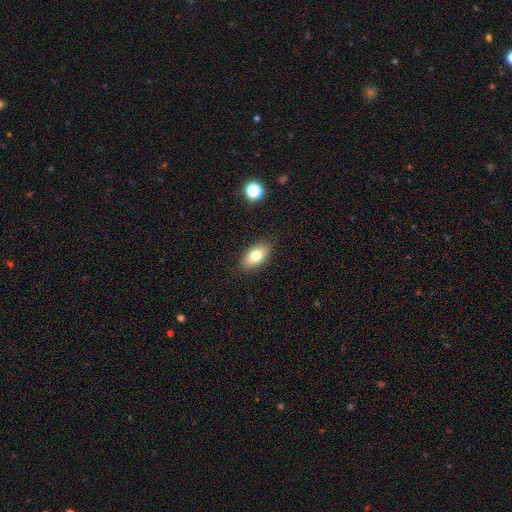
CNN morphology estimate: Smooth or featured?
  - smooth: 77% *
  - featured or disk: 15%
  - star or artifact: 8%
How rounded?
  - in between: 89% *
  - round: 6%
  - cigar-shaped: 5%
Merging?
  - none: 87% *
  - minor disturbance: 10%
  - major disturbance: 2%
  - merger: 1%